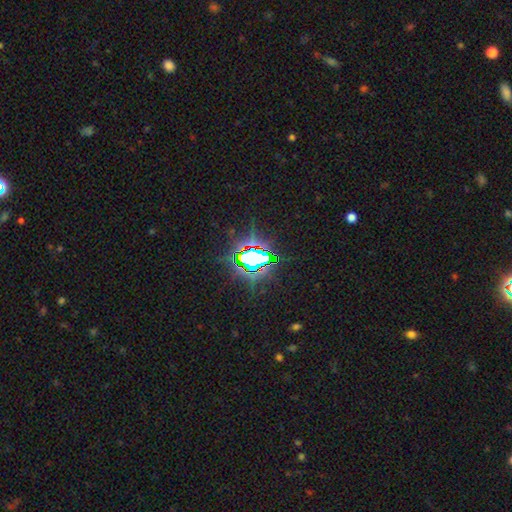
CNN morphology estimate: Smooth or featured? star or artifact (82%)